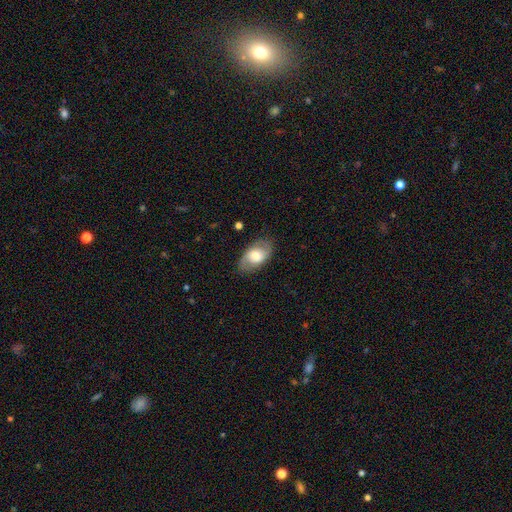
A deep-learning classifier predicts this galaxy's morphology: A smooth galaxy with no disk features (51%) that is in between round and cigar-shaped (89%).

Vote fractions:
- Smooth or featured? smooth: 51% / featured or disk: 42% / star or artifact: 7%
- How rounded? in between: 89% / round: 10% / cigar-shaped: 2%
- Merging? none: 80% / minor disturbance: 14% / major disturbance: 5% / merger: 1%